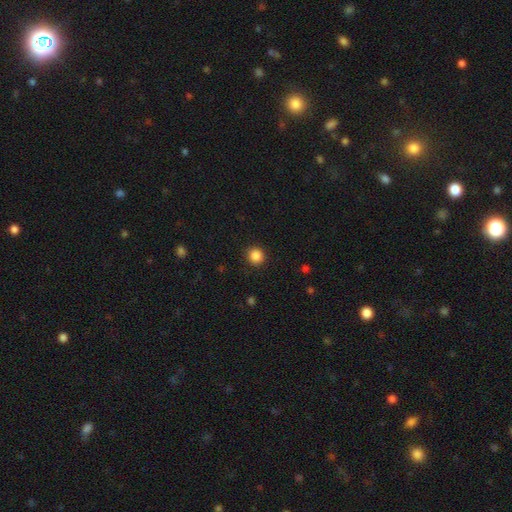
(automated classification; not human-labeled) smooth_or_featured: smooth (p=0.87) [alt: star or artifact p=0.11]
how_rounded: round (p=0.90) [alt: in between p=0.09]
merging: none (p=0.91) [alt: minor disturbance p=0.06]